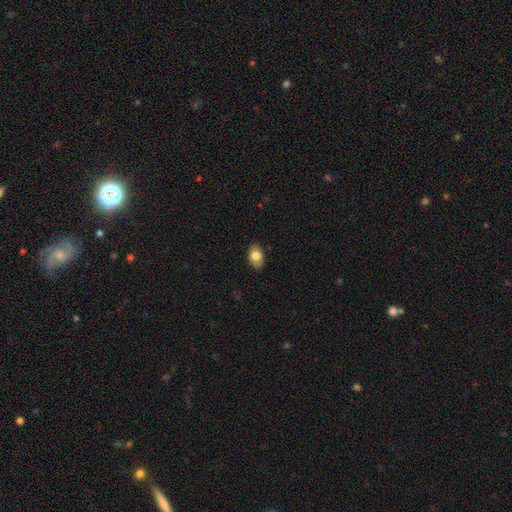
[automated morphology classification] Smooth or featured?
  - smooth: 80% *
  - featured or disk: 13%
  - star or artifact: 7%
How rounded?
  - in between: 88% *
  - round: 10%
  - cigar-shaped: 1%
Merging?
  - none: 86% *
  - minor disturbance: 11%
  - major disturbance: 2%
  - merger: 1%